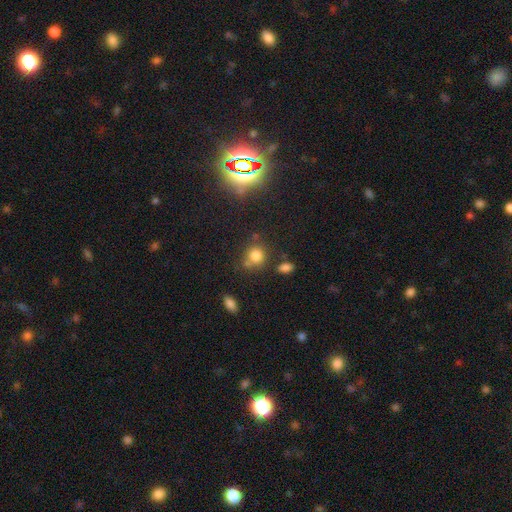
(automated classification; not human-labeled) smooth-or-featured: smooth: 77% | star or artifact: 15% | featured or disk: 7%
  how-rounded: round: 78% | in between: 21% | cigar-shaped: 1%
  merging: none: 61% | merger: 17% | minor disturbance: 16% | major disturbance: 6%